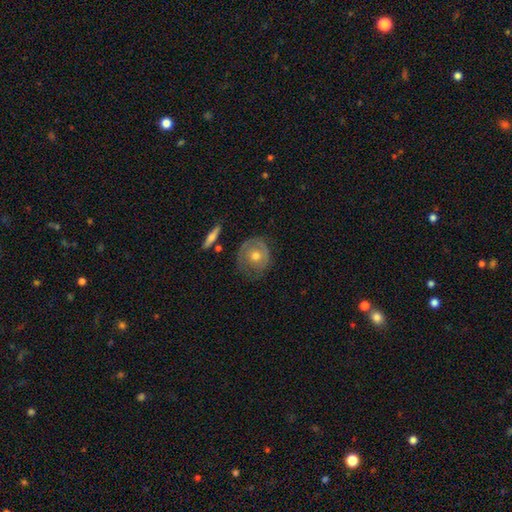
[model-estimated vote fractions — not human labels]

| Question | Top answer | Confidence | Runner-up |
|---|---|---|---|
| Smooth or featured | featured or disk | 52% | smooth (42%) |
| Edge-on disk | no | 93% | yes (7%) |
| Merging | none | 62% | minor disturbance (24%) |